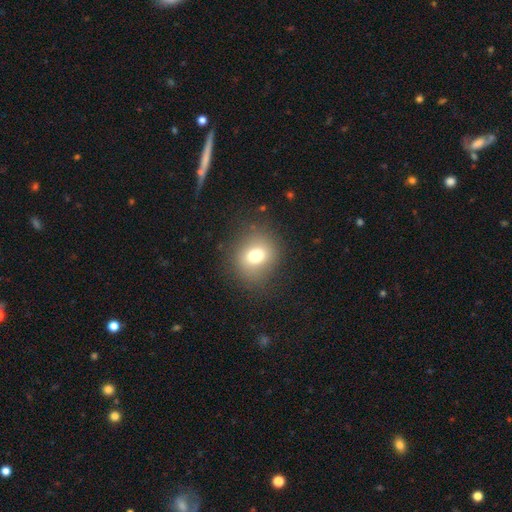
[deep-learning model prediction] Overall: smooth (73%). How rounded: round (74%). Merging: none (83%).